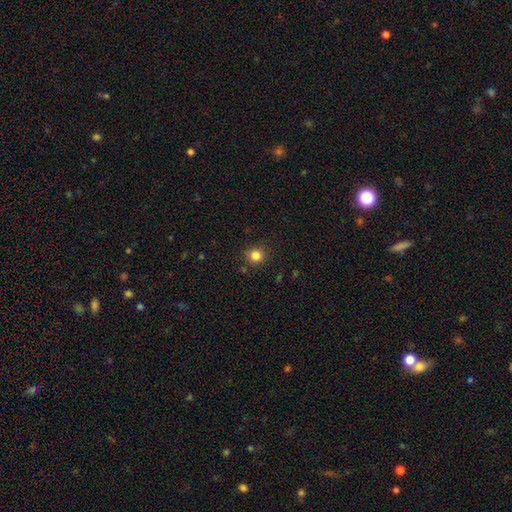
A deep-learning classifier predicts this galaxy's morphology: A smooth galaxy with no disk features (83%) that is round (91%).

Vote fractions:
- Smooth or featured? smooth: 83% / star or artifact: 12% / featured or disk: 4%
- How rounded? round: 91% / in between: 8% / cigar-shaped: 1%
- Merging? none: 86% / minor disturbance: 9% / major disturbance: 3% / merger: 2%